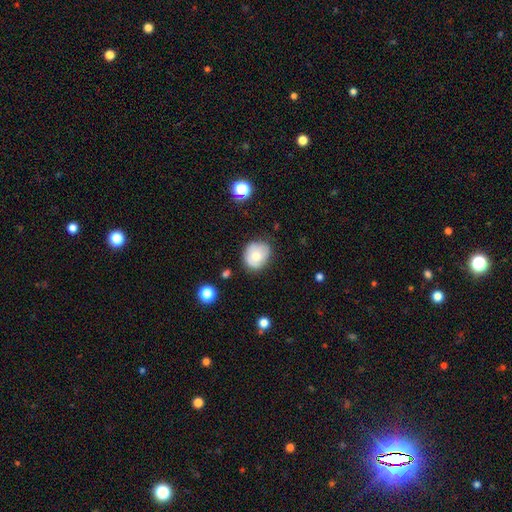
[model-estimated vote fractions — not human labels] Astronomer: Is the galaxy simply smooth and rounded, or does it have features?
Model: smooth — 73%.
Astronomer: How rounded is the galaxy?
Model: round — 61% (runner-up: in between, 38%).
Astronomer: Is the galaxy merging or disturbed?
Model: none — 70%.